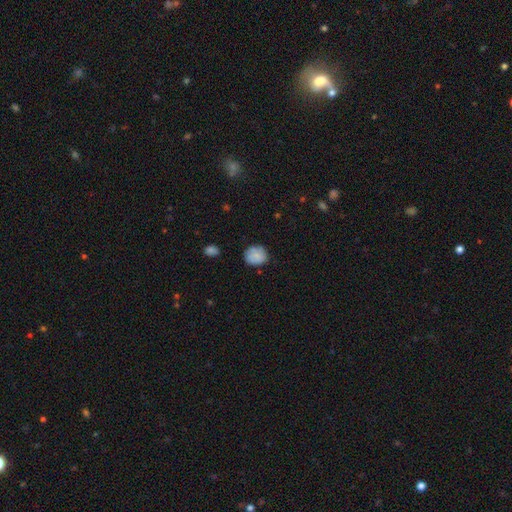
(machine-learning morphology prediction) type=smooth (78%); roundness=round (72%); merging=none (73%).